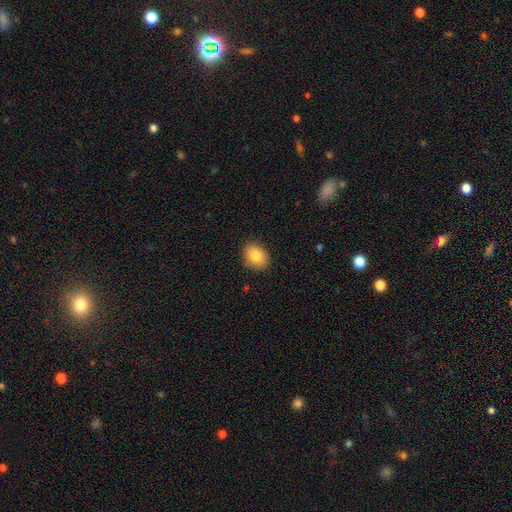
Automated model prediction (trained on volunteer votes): A smooth galaxy with no disk features (85%) that is in between round and cigar-shaped (69%).

Vote fractions:
- Smooth or featured? smooth: 85% / star or artifact: 8% / featured or disk: 7%
- How rounded? in between: 69% / round: 30% / cigar-shaped: 1%
- Merging? none: 87% / minor disturbance: 10% / major disturbance: 2% / merger: 1%